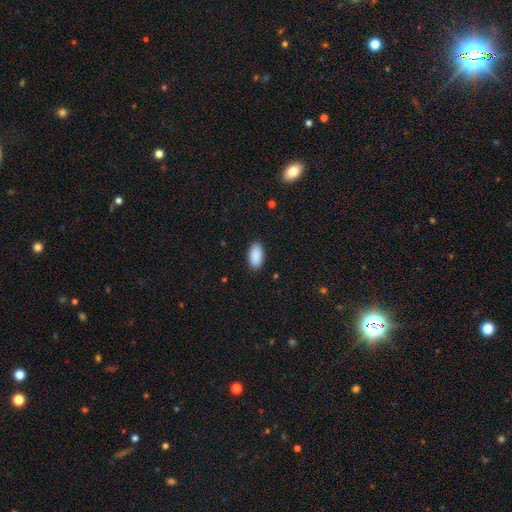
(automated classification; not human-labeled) Smooth or featured?
  - smooth: 91% *
  - star or artifact: 6%
  - featured or disk: 3%
How rounded?
  - in between: 95% *
  - cigar-shaped: 3%
  - round: 2%
Merging?
  - none: 89% *
  - minor disturbance: 8%
  - major disturbance: 2%
  - merger: 1%